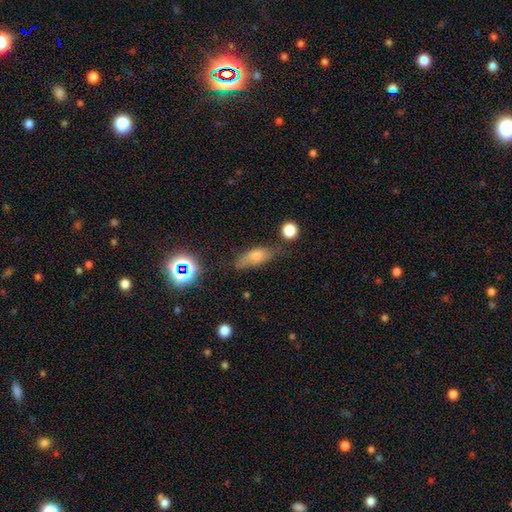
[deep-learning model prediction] Smooth or featured?
  - smooth: 64% *
  - featured or disk: 22%
  - star or artifact: 14%
How rounded?
  - in between: 66% *
  - cigar-shaped: 28%
  - round: 6%
Merging?
  - none: 60% *
  - minor disturbance: 28%
  - major disturbance: 8%
  - merger: 4%